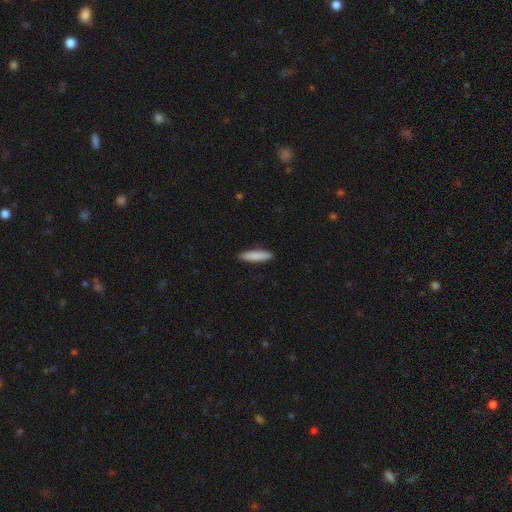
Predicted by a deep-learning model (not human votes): smooth-or-featured: smooth: 87% | featured or disk: 8% | star or artifact: 6%
  how-rounded: cigar-shaped: 82% | in between: 17% | round: 1%
  merging: none: 90% | minor disturbance: 8% | major disturbance: 2% | merger: 1%